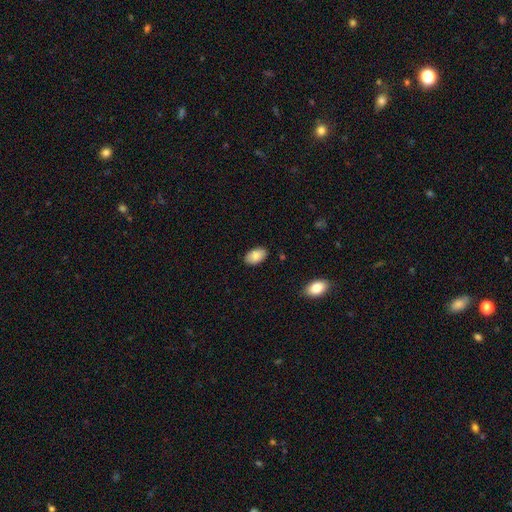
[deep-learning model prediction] smooth_or_featured: smooth (p=0.85) [alt: featured or disk p=0.08]
how_rounded: in between (p=0.93) [alt: round p=0.06]
merging: none (p=0.86) [alt: minor disturbance p=0.10]